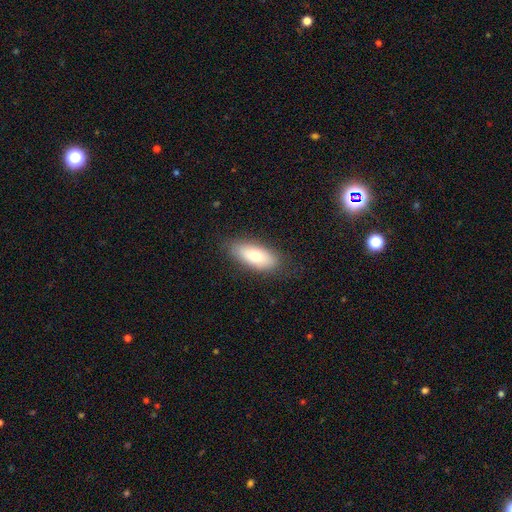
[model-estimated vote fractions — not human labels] Morphology: type=smooth (75%); roundness=in between (83%); merging=none (83%).